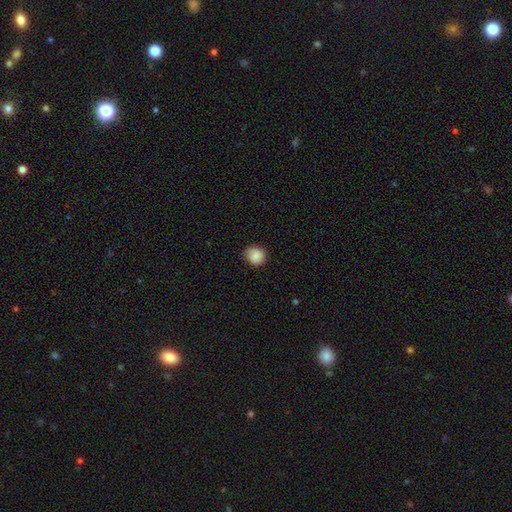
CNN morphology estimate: A smooth galaxy with no disk features (84%) that is round (82%).

Vote fractions:
- Smooth or featured? smooth: 84% / featured or disk: 9% / star or artifact: 8%
- How rounded? round: 82% / in between: 17% / cigar-shaped: 1%
- Merging? none: 69% / minor disturbance: 26% / major disturbance: 5% / merger: 1%